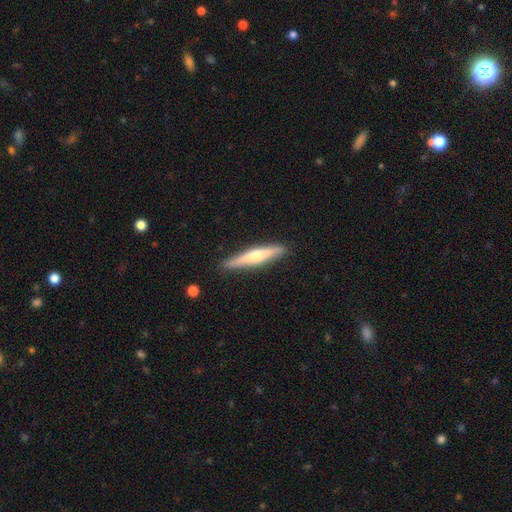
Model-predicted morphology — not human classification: featured or disk 58%, smooth 37%, star or artifact 5%. Down the decision tree: edge-on disk — yes (96%); edge-on bulge — rounded (85%); merging — none (90%).